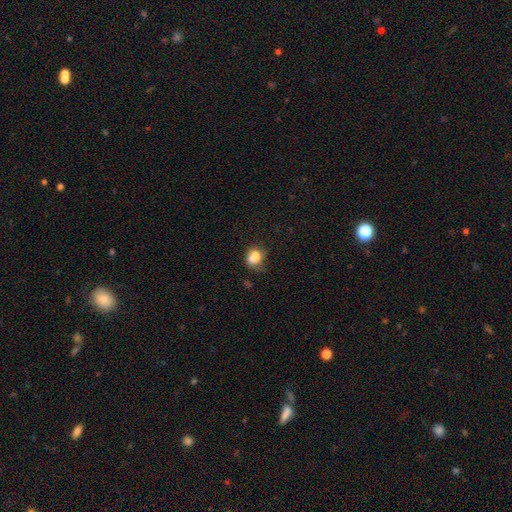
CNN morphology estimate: smooth-or-featured: smooth: 72% | featured or disk: 17% | star or artifact: 11%
  how-rounded: round: 59% | in between: 40% | cigar-shaped: 1%
  merging: merger: 48% | none: 31% | minor disturbance: 14% | major disturbance: 7%